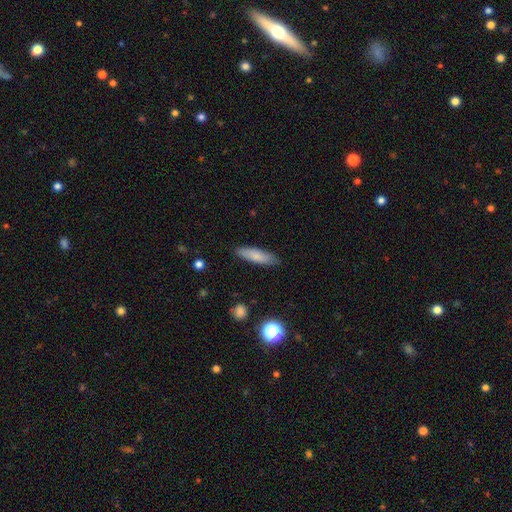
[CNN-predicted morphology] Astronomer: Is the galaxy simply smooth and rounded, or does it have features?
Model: smooth — 77%.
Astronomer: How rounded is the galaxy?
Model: cigar-shaped — 68%.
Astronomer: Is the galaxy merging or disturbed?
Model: none — 85%.